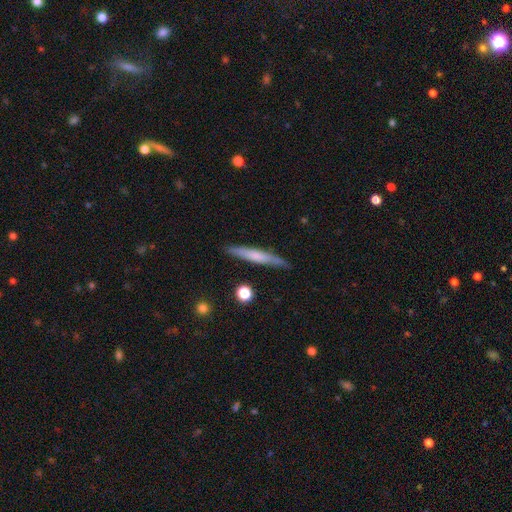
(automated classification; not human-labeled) Smooth or featured: smooth — 54% (featured or disk — 40%)
How rounded: cigar-shaped — 94% (in between — 5%)
Merging: none — 85% (minor disturbance — 11%)